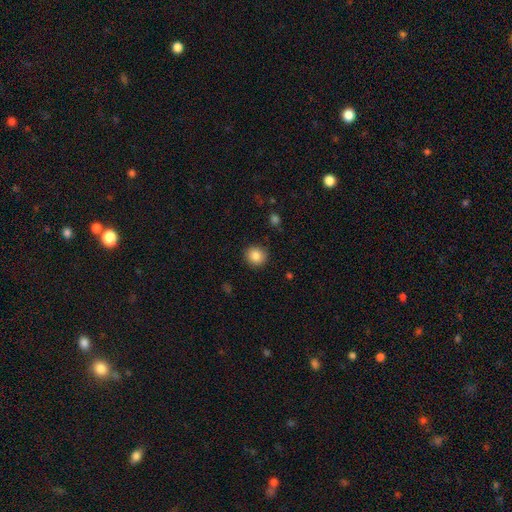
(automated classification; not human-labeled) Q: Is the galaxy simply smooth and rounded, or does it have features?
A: smooth — 85%.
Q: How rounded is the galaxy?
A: round — 91%.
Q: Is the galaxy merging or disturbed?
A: none — 89%.